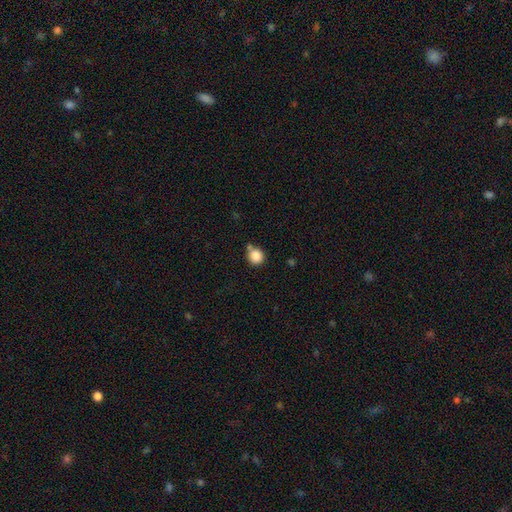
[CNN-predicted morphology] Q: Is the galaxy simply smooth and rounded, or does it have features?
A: smooth — 86%.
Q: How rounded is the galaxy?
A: round — 88%.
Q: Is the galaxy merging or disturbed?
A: none — 61%.